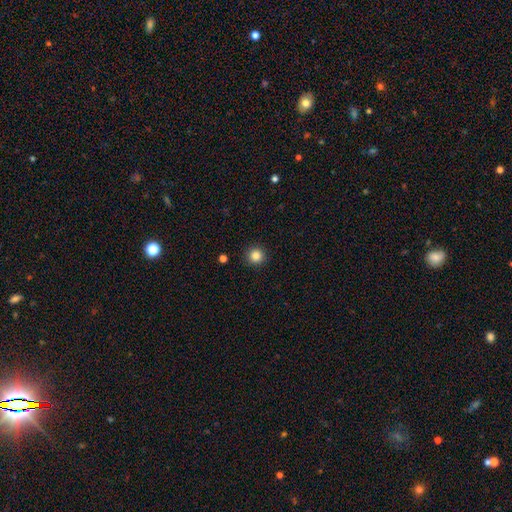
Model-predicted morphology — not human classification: This appears to be a smooth galaxy with no disk features (85%) that is round (95%). Merging: none (92%).